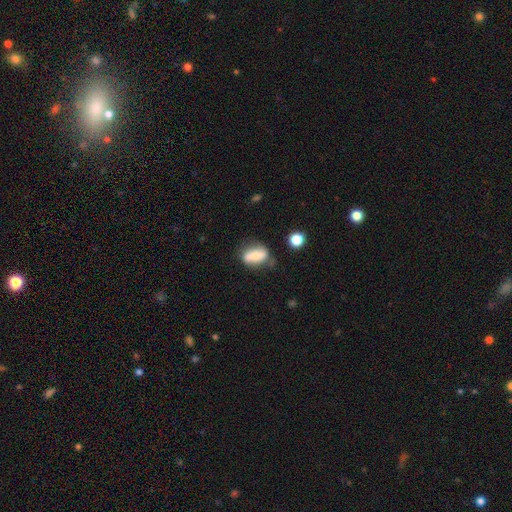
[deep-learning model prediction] This appears to be a smooth galaxy with no disk features (49%). Merging: none (54%).